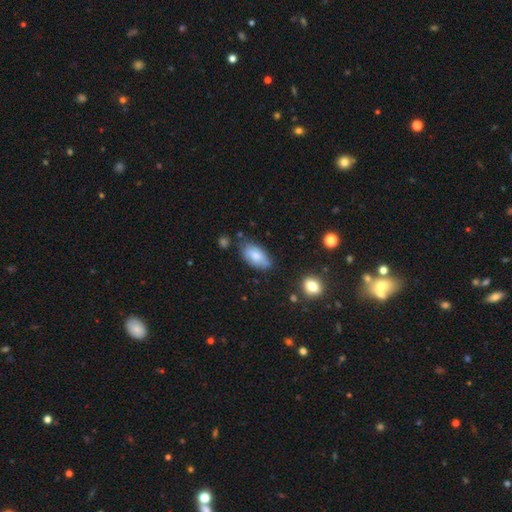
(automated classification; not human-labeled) This appears to be a smooth galaxy with no disk features (77%) that is in between round and cigar-shaped (93%). Merging: none (64%).